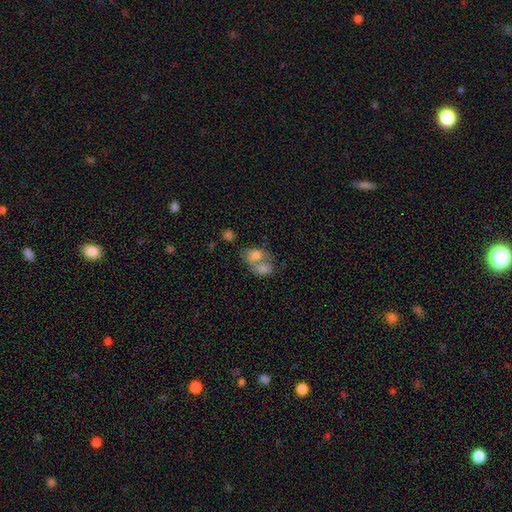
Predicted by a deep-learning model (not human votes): Smooth or featured: smooth — 71% (featured or disk — 19%)
How rounded: in between — 73% (round — 25%)
Merging: merger — 68% (none — 19%)